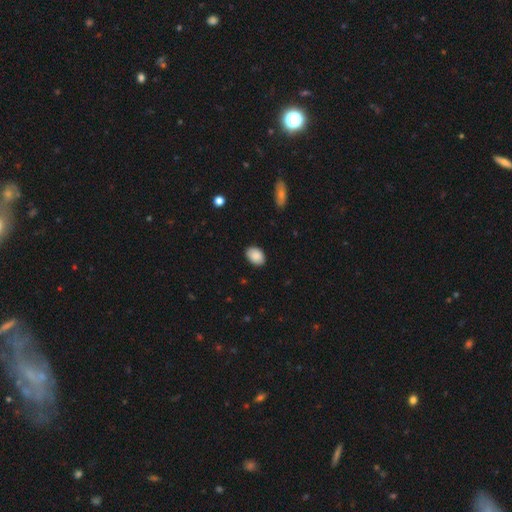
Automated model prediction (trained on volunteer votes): A smooth galaxy with no disk features (89%) that is in between round and cigar-shaped (82%). Merging: none (87%).